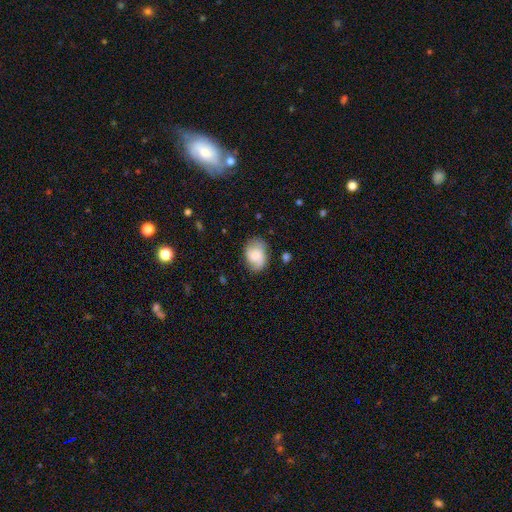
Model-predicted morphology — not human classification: smooth-or-featured: smooth: 56% | featured or disk: 36% | star or artifact: 8%
  how-rounded: in between: 74% | round: 25% | cigar-shaped: 1%
  merging: none: 67% | minor disturbance: 24% | major disturbance: 7% | merger: 2%